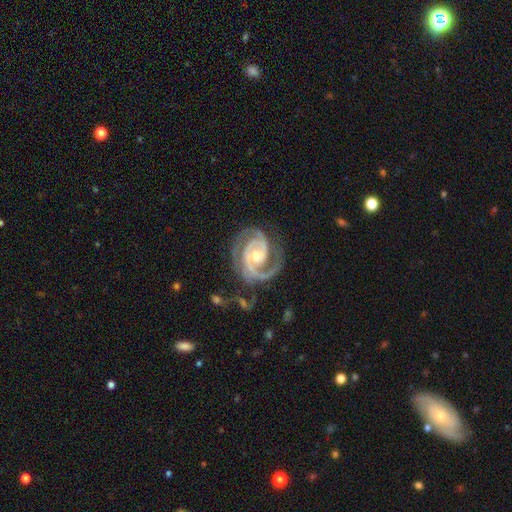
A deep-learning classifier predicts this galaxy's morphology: Smooth or featured?
  - featured or disk: 93% *
  - star or artifact: 4%
  - smooth: 3%
Edge-on disk?
  - no: 98% *
  - yes: 2%
Bar?
  - no: 57% *
  - weak: 32%
  - strong: 11%
Spiral arms?
  - yes: 98% *
  - no: 2%
Spiral winding?
  - tight: 56% *
  - medium: 38%
  - loose: 6%
Spiral arm count?
  - 2: 69% *
  - 3: 17%
  - can't tell: 5%
  - 1: 4%
  - 4: 3%
  - more than 4: 3%
Bulge size?
  - moderate: 61% *
  - small: 33%
  - large: 3%
  - none: 1%
  - dominant: 1%
Merging?
  - none: 62% *
  - minor disturbance: 20%
  - major disturbance: 14%
  - merger: 4%